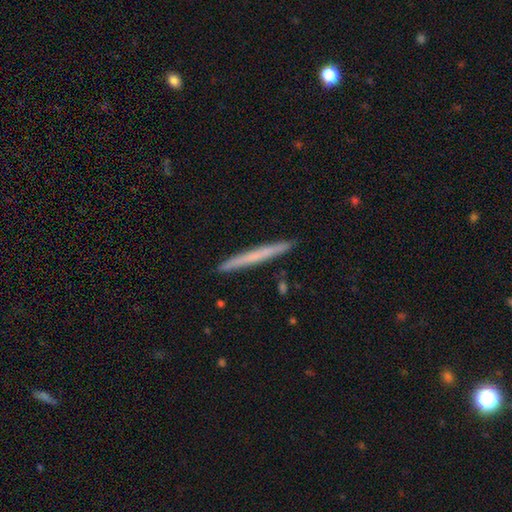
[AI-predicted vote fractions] smooth 54%, featured or disk 40%, star or artifact 6%. Down the decision tree: how rounded — cigar-shaped (97%); merging — none (92%).